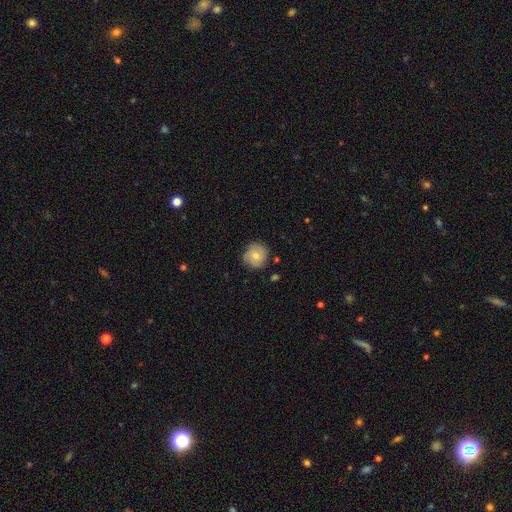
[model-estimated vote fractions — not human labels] Q: Smooth or featured?
A: smooth (65%); runner-up: featured or disk (27%)
Q: How rounded?
A: round (92%); runner-up: in between (7%)
Q: Merging?
A: none (79%); runner-up: minor disturbance (16%)